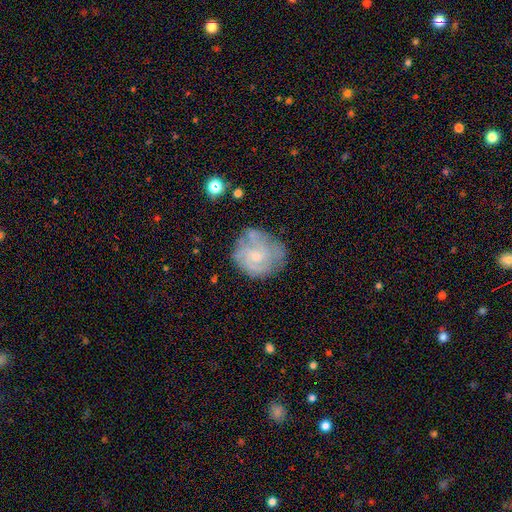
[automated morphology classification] smooth_or_featured: featured or disk (p=0.67) [alt: smooth p=0.26]
disk_edge_on: no (p=0.98) [alt: yes p=0.02]
bar: no (p=0.67) [alt: weak p=0.29]
has_spiral_arms: yes (p=0.77) [alt: no p=0.23]
spiral_winding: tight (p=0.56) [alt: medium p=0.32]
spiral_arm_count: can't tell (p=0.46) [alt: 2 p=0.22]
bulge_size: small (p=0.57) [alt: moderate p=0.33]
merging: none (p=0.61) [alt: minor disturbance p=0.24]